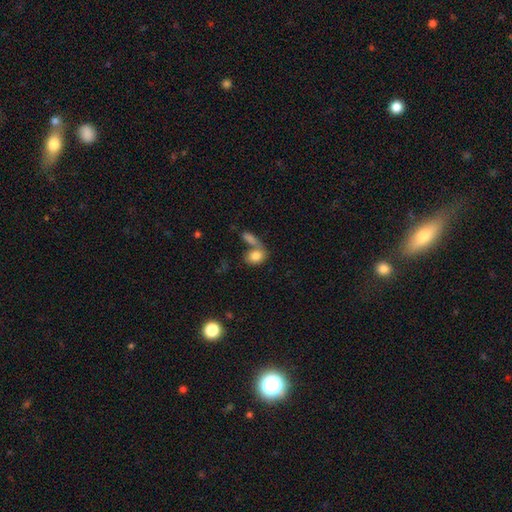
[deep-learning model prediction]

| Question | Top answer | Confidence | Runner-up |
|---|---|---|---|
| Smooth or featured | smooth | 81% | featured or disk (10%) |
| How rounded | in between | 71% | round (26%) |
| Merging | merger | 43% | none (39%) |